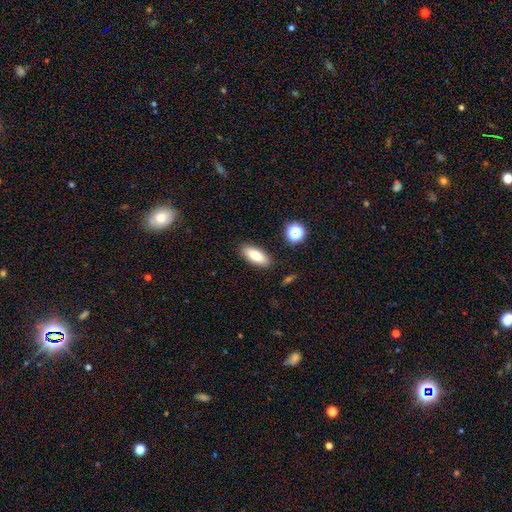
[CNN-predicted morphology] Smooth or featured? smooth (80%)
How rounded? in between (76%)
Merging? none (87%)